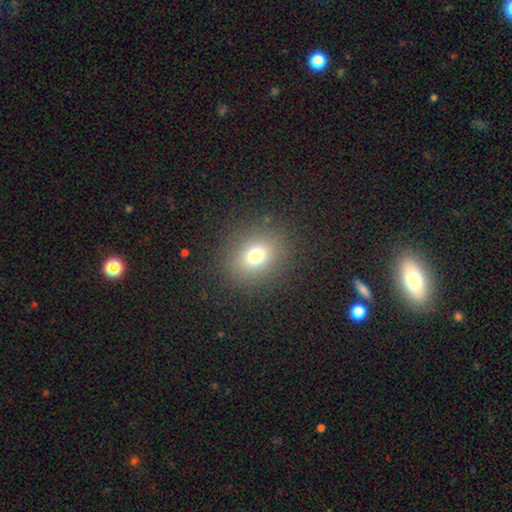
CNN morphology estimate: A smooth galaxy with no disk features (73%) that is round (68%). Merging: none (87%).